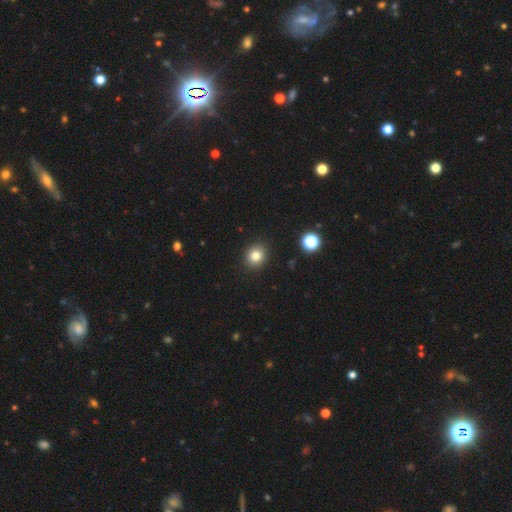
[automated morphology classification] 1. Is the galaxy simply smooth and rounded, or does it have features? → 81% smooth, 12% star or artifact, 7% featured or disk.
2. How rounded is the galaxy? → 73% round, 27% in between, 1% cigar-shaped.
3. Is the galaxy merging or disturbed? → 90% none, 7% minor disturbance, 2% major disturbance, 1% merger.